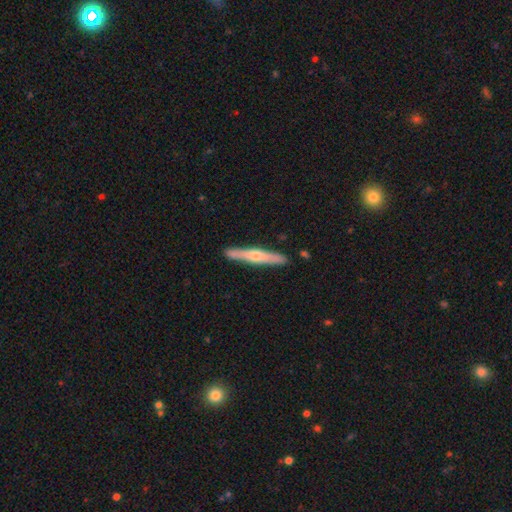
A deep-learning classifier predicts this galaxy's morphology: Smooth or featured: featured or disk — 54% (smooth — 40%)
Edge-on disk: yes — 94% (no — 6%)
Edge-on bulge: rounded — 77% (none — 18%)
Merging: none — 88% (minor disturbance — 9%)